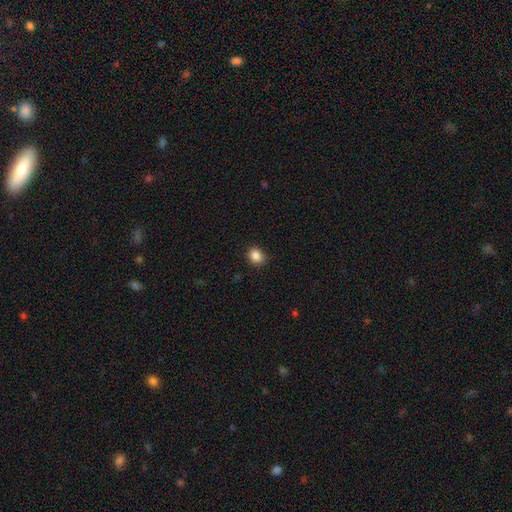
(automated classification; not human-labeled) The model was most divided on "how rounded": round: 62%, in between: 37%, cigar-shaped: 1%. More confident: smooth or featured — smooth (86%); merging — none (83%).